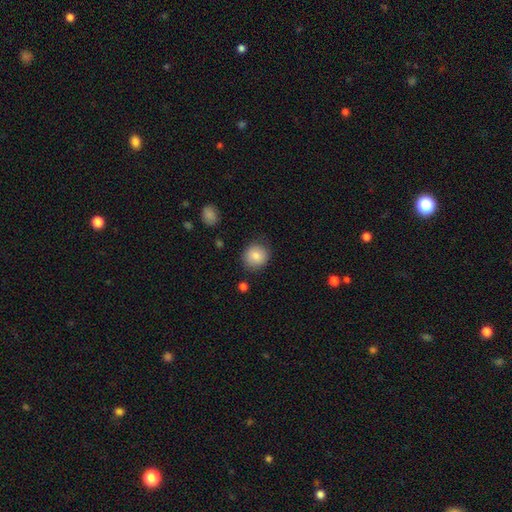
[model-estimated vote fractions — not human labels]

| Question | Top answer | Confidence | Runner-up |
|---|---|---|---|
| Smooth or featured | smooth | 83% | star or artifact (9%) |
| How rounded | round | 86% | in between (13%) |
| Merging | none | 82% | minor disturbance (12%) |